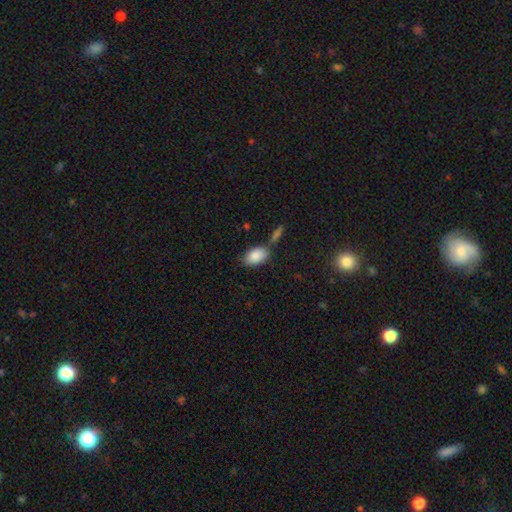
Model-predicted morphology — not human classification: Smooth or featured? smooth (87%)
How rounded? in between (93%)
Merging? none (68%)